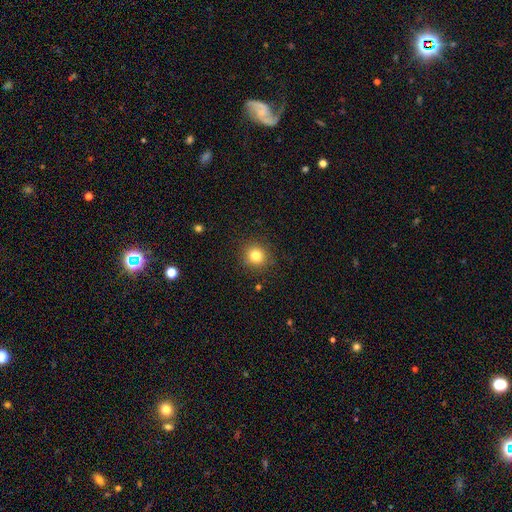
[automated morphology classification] smooth 81%, star or artifact 12%, featured or disk 7%. Down the decision tree: how rounded — round (90%); merging — none (89%).